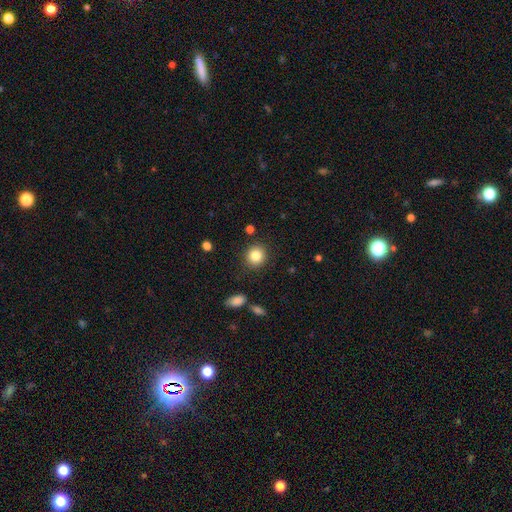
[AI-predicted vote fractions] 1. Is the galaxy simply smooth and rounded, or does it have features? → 84% smooth, 10% star or artifact, 6% featured or disk.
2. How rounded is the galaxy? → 88% round, 11% in between, 1% cigar-shaped.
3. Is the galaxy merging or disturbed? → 88% none, 7% minor disturbance, 2% major disturbance, 2% merger.